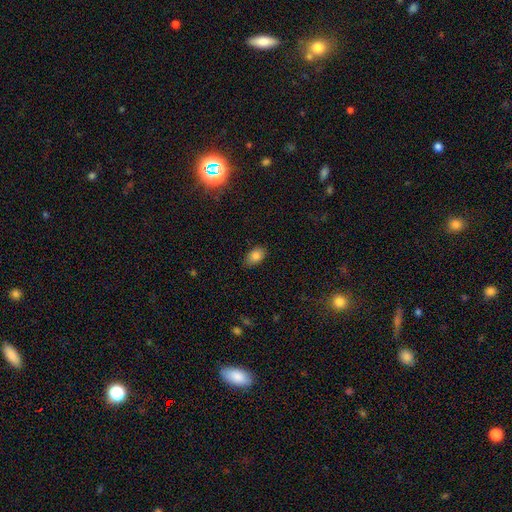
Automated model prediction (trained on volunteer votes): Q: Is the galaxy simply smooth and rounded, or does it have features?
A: smooth — 84%.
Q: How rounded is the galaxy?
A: in between — 87%.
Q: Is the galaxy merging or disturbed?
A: none — 83%.